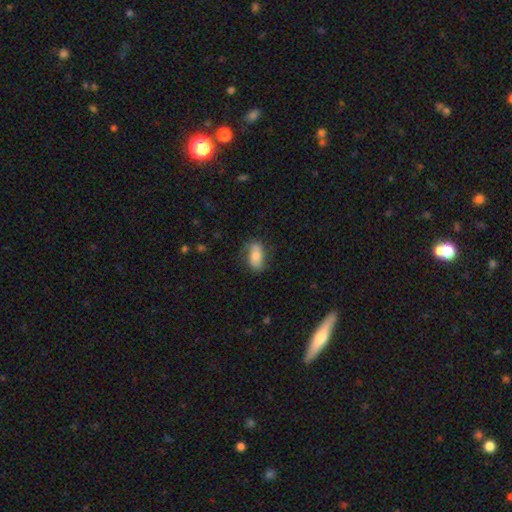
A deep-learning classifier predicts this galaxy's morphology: This appears to be a smooth galaxy with no disk features (63%) that is in between round and cigar-shaped (89%). Merging: none (68%).